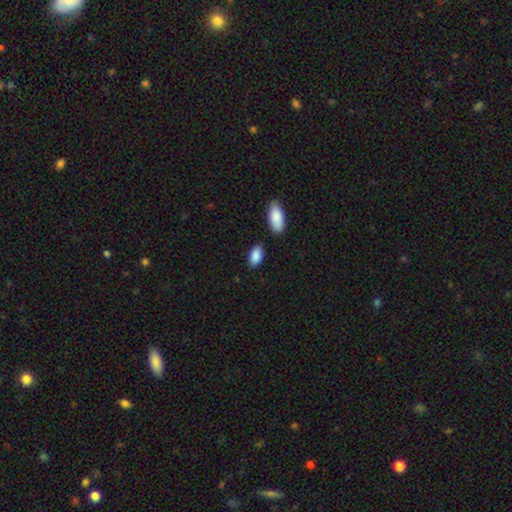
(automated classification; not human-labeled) Morphology: type=smooth (90%); roundness=in between (93%); merging=none (81%).